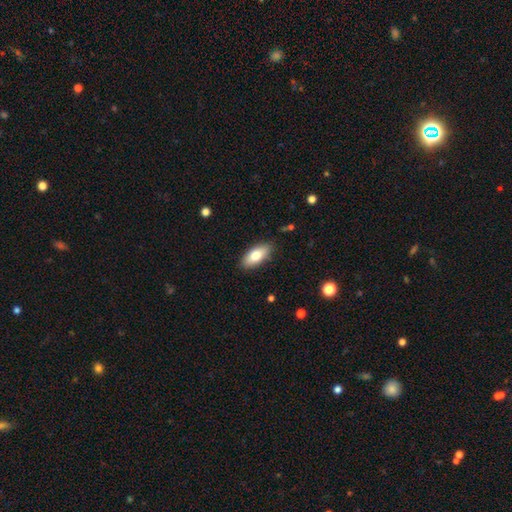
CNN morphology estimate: Smooth or featured: smooth — 74% (featured or disk — 19%)
How rounded: in between — 84% (cigar-shaped — 13%)
Merging: none — 87% (minor disturbance — 10%)